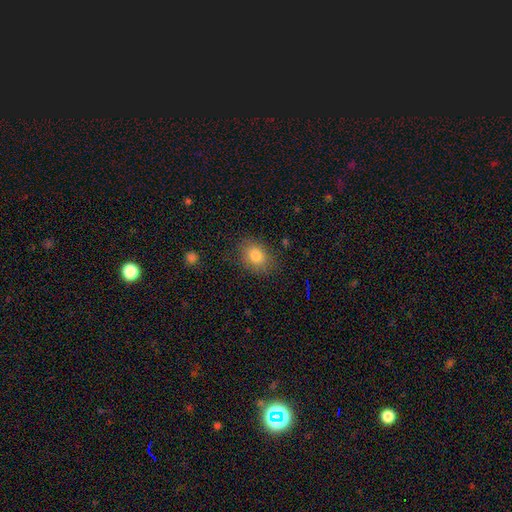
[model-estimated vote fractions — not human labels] This is clearly a smooth galaxy (81%). How rounded: likely in between (63%). Merging: clearly none (81%).